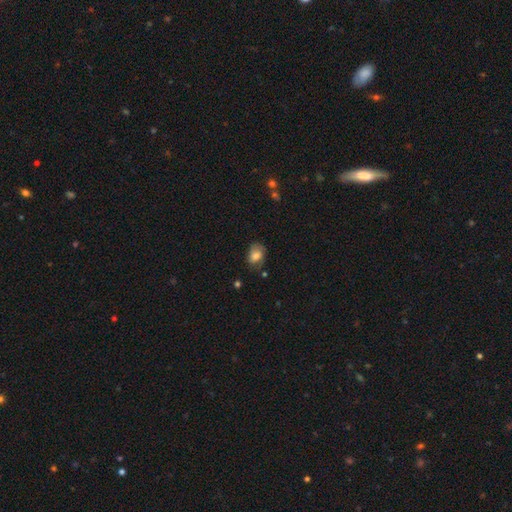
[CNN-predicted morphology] type=smooth (76%); roundness=in between (76%); merging=none (58%).